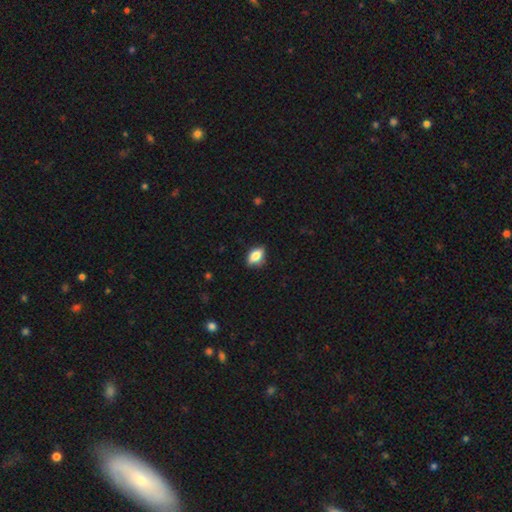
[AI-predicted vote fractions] Overall: smooth (70%). How rounded: in between (83%). Merging: none (79%).